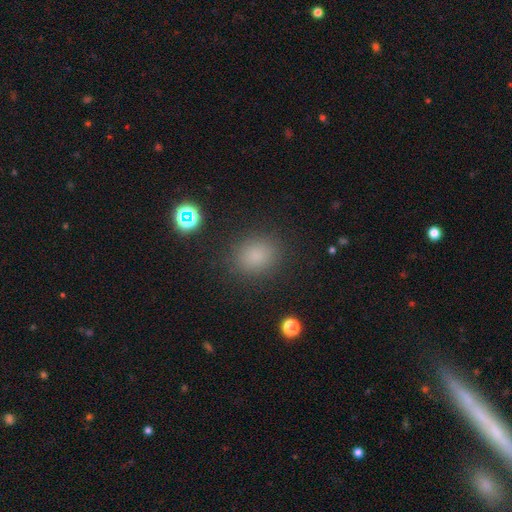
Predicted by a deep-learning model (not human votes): smooth-or-featured: smooth: 80% | star or artifact: 15% | featured or disk: 6%
  how-rounded: round: 63% | in between: 35% | cigar-shaped: 1%
  merging: none: 86% | minor disturbance: 9% | major disturbance: 4% | merger: 2%